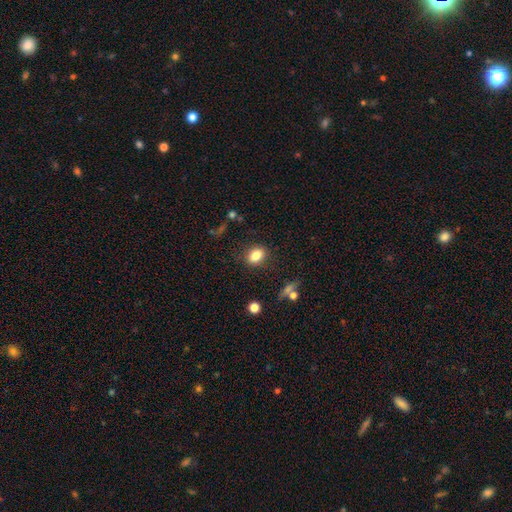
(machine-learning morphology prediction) Smooth or featured?
  - smooth: 82% *
  - star or artifact: 10%
  - featured or disk: 8%
How rounded?
  - in between: 70% *
  - round: 28%
  - cigar-shaped: 2%
Merging?
  - none: 83% *
  - minor disturbance: 11%
  - major disturbance: 4%
  - merger: 3%